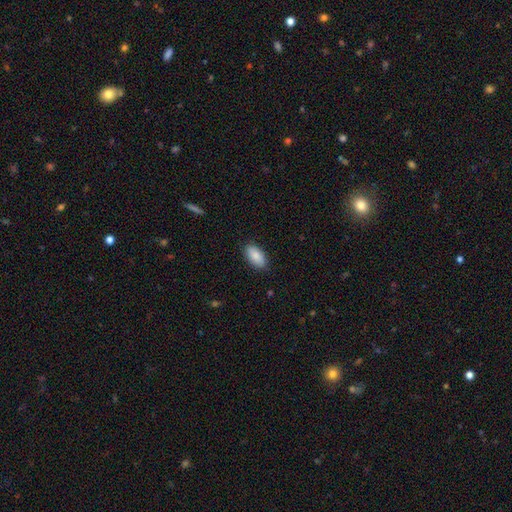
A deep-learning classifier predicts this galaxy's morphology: The model was most divided on "merging": none: 88%, minor disturbance: 9%, major disturbance: 2%, merger: 1%. More confident: how rounded — in between (94%); smooth or featured — smooth (87%).